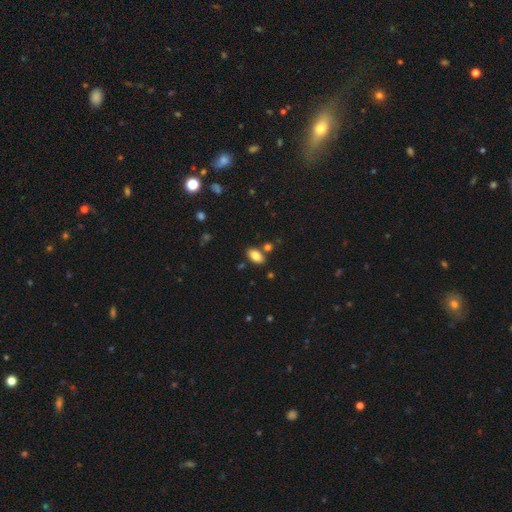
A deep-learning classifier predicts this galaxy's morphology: type=smooth (84%); roundness=in between (92%); merging=none (78%).